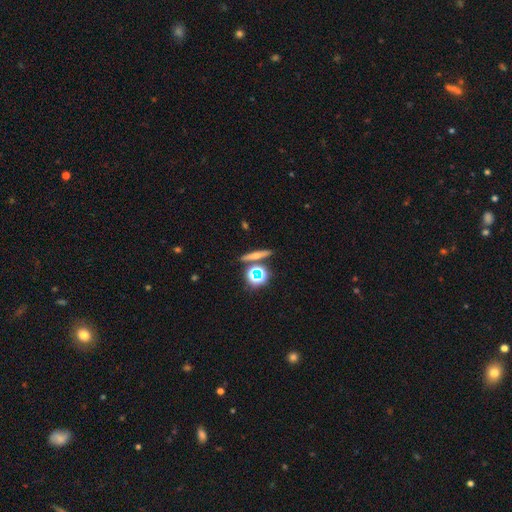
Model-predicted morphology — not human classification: smooth 41%, featured or disk 37%, star or artifact 22%. Down the decision tree: merging — none (79%).